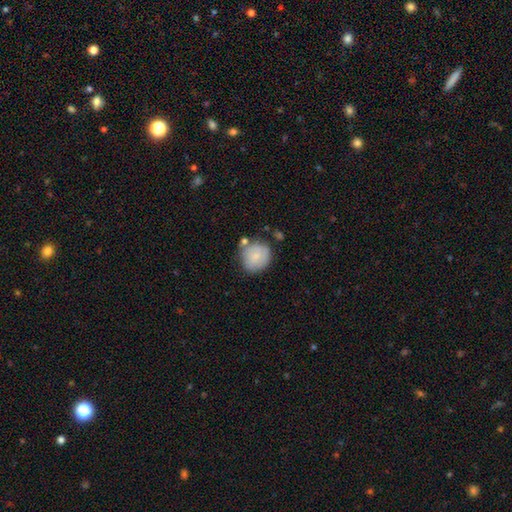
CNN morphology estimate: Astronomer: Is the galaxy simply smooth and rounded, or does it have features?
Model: smooth — 79%.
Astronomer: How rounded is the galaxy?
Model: round — 87%.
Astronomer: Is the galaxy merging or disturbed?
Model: none — 64%.